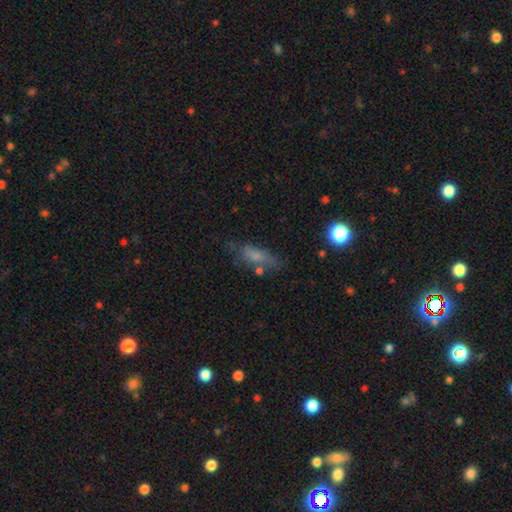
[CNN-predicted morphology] Q: Smooth or featured?
A: smooth (64%); runner-up: featured or disk (23%)
Q: How rounded?
A: in between (58%); runner-up: cigar-shaped (37%)
Q: Merging?
A: none (53%); runner-up: minor disturbance (25%)